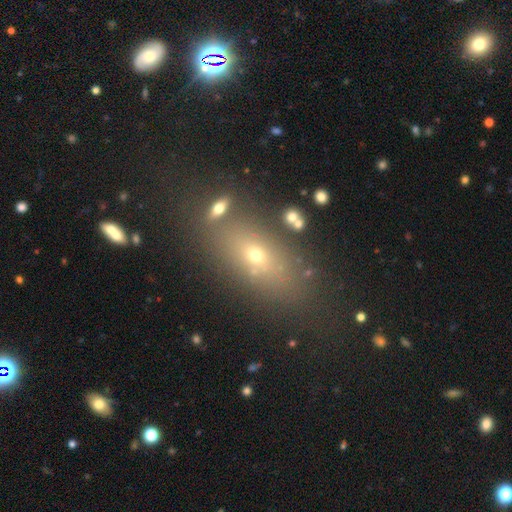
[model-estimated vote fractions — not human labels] Morphology: type=smooth (59%); roundness=in between (73%); merging=none (69%).